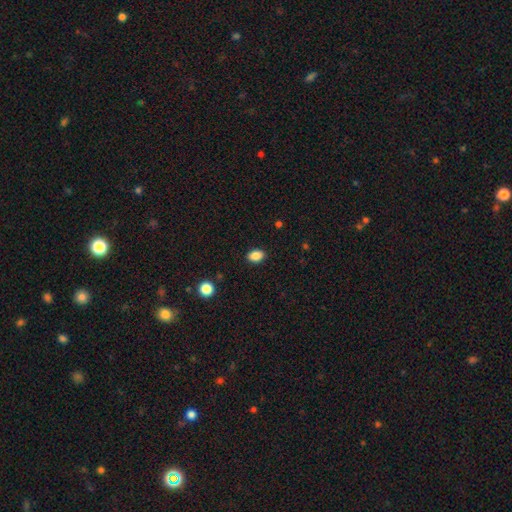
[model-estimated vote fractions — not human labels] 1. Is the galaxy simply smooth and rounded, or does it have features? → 87% smooth, 9% star or artifact, 4% featured or disk.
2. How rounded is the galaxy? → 78% in between, 21% round, 1% cigar-shaped.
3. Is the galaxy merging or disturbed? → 89% none, 8% minor disturbance, 2% major disturbance, 1% merger.